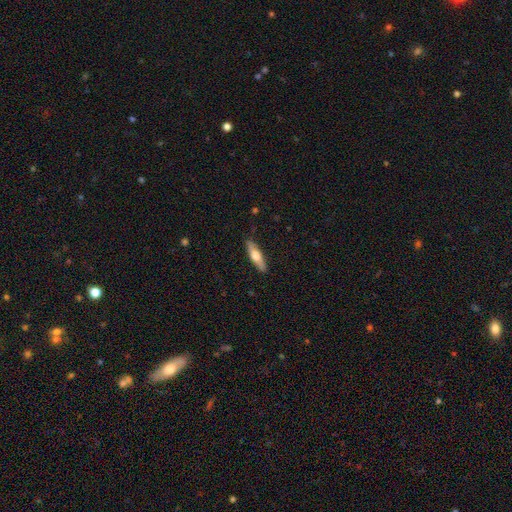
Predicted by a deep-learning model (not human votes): Smooth or featured?
  - smooth: 53% *
  - featured or disk: 42%
  - star or artifact: 5%
How rounded?
  - cigar-shaped: 70% *
  - in between: 28%
  - round: 2%
Merging?
  - none: 89% *
  - minor disturbance: 9%
  - major disturbance: 2%
  - merger: 1%